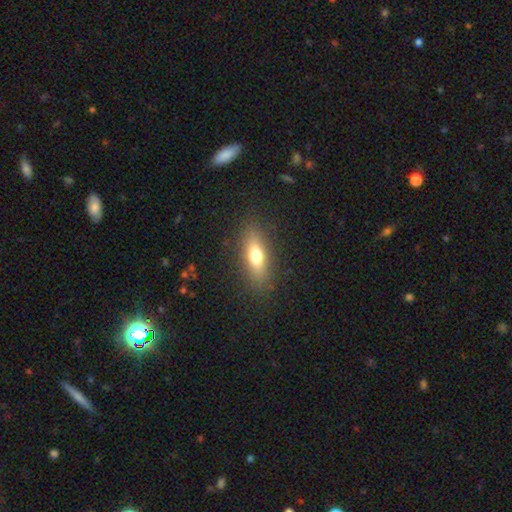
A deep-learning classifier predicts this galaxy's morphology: Smooth or featured? smooth (67%)
How rounded? in between (60%)
Merging? none (87%)